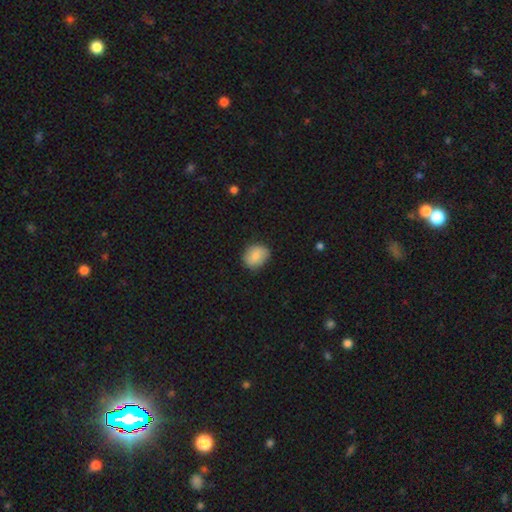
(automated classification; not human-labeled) Smooth or featured: smooth — 78% (featured or disk — 15%)
How rounded: round — 60% (in between — 39%)
Merging: none — 80% (minor disturbance — 15%)